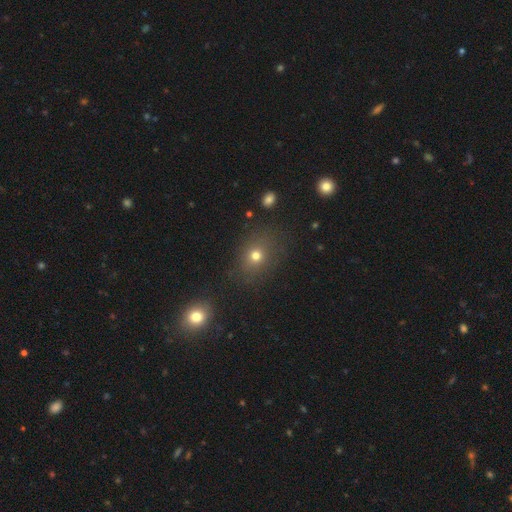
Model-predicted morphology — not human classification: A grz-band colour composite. It shows a smooth galaxy with no disk features (71%) that is round (60%). Merging: none (82%).